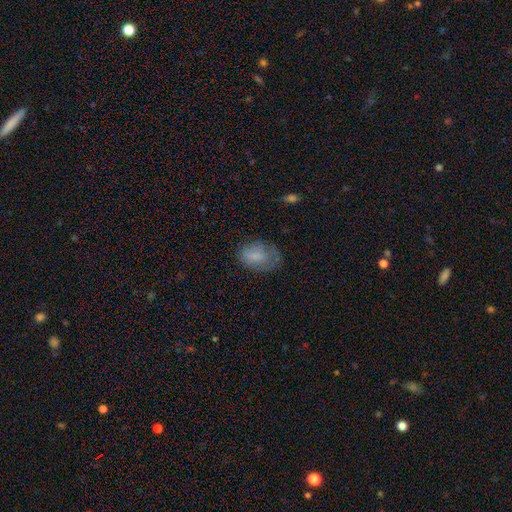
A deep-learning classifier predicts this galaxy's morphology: smooth_or_featured: smooth (p=0.75) [alt: featured or disk p=0.16]
how_rounded: in between (p=0.83) [alt: round p=0.16]
merging: none (p=0.58) [alt: minor disturbance p=0.28]